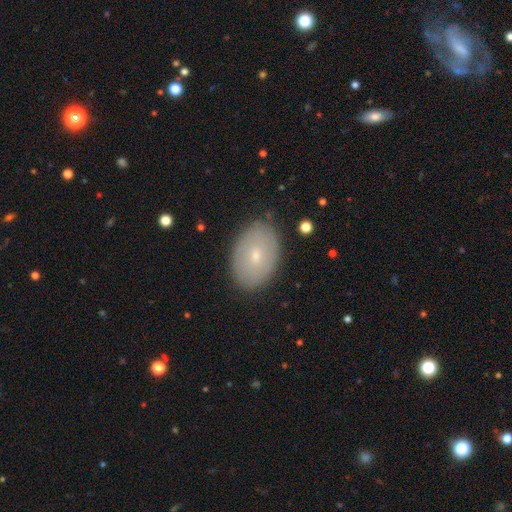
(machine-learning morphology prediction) Overall: smooth (60%; featured or disk 32%). How rounded: in between (84%). Merging: none (85%).